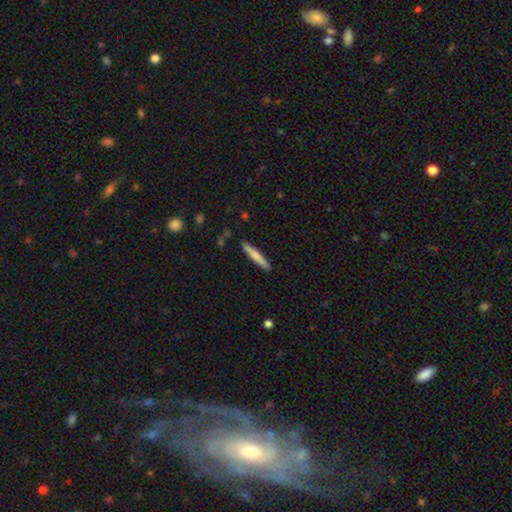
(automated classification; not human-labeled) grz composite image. It shows a smooth galaxy with no disk features (72%) that is cigar-shaped (94%). Merging: none (89%).